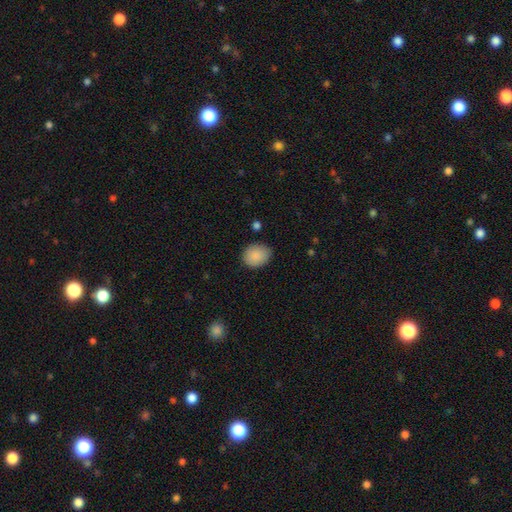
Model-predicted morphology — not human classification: Smooth or featured: smooth — 89% (star or artifact — 8%)
How rounded: round — 56% (in between — 43%)
Merging: none — 83% (minor disturbance — 12%)